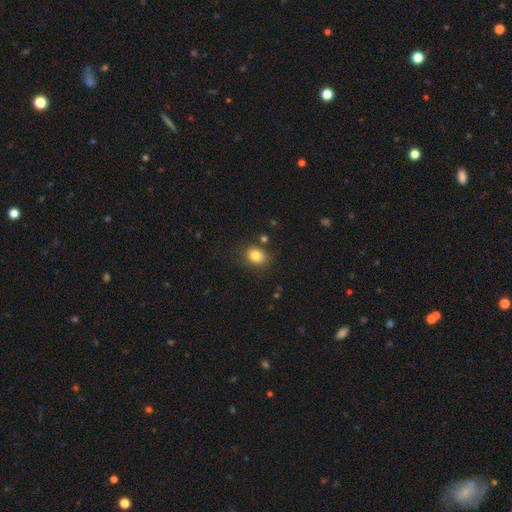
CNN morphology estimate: Q: Smooth or featured?
A: smooth (82%); runner-up: star or artifact (10%)
Q: How rounded?
A: round (51%); runner-up: in between (48%)
Q: Merging?
A: none (78%); runner-up: minor disturbance (13%)